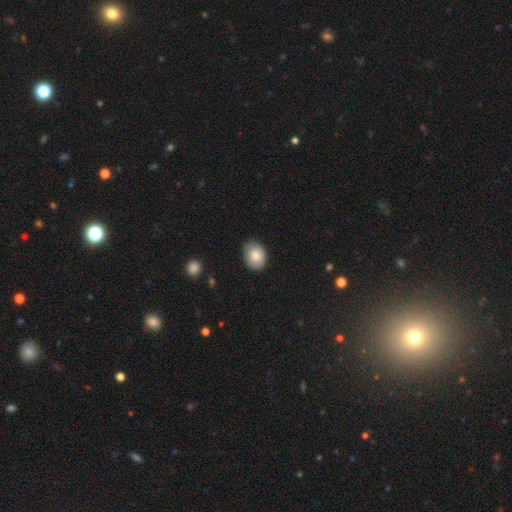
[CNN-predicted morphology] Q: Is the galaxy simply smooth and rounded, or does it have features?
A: smooth — 80%.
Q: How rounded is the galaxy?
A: in between — 60%.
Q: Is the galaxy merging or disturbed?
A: none — 72%.